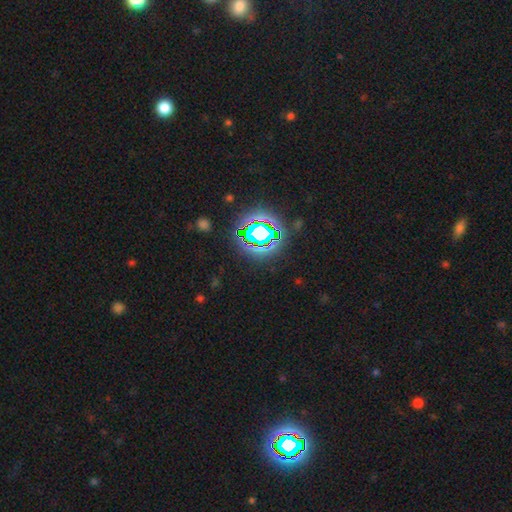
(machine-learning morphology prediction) The model was most divided on "smooth or featured": star or artifact: 80%, smooth: 13%, featured or disk: 7%.